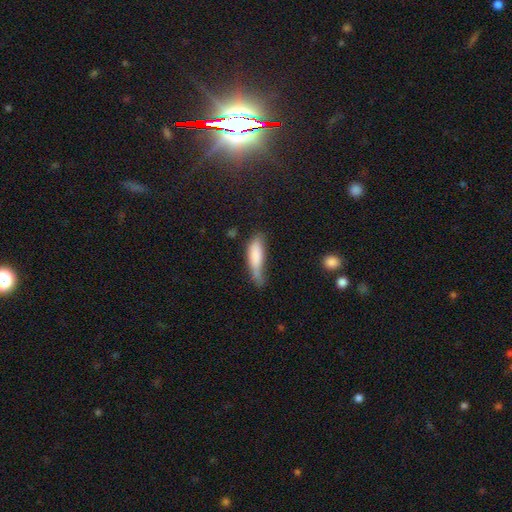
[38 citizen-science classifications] Volunteers were most divided on "merging": minor disturbance: 47%, none: 26%, major disturbance: 26%, merger: 0%. More confident: how rounded — cigar-shaped (74%); smooth or featured — smooth (71%).